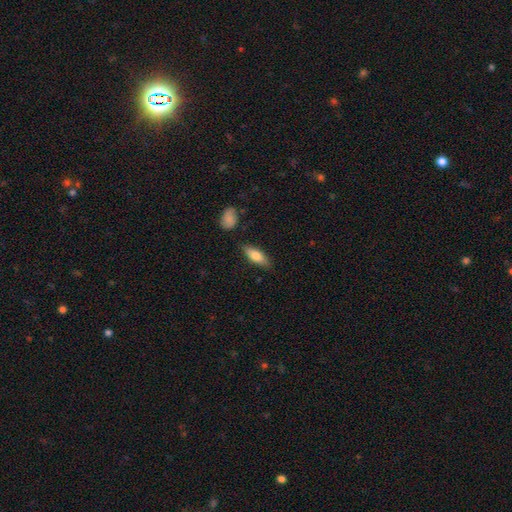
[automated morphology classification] Smooth or featured?
  - smooth: 73% *
  - featured or disk: 21%
  - star or artifact: 6%
How rounded?
  - in between: 67% *
  - cigar-shaped: 31%
  - round: 2%
Merging?
  - none: 82% *
  - minor disturbance: 13%
  - major disturbance: 3%
  - merger: 3%